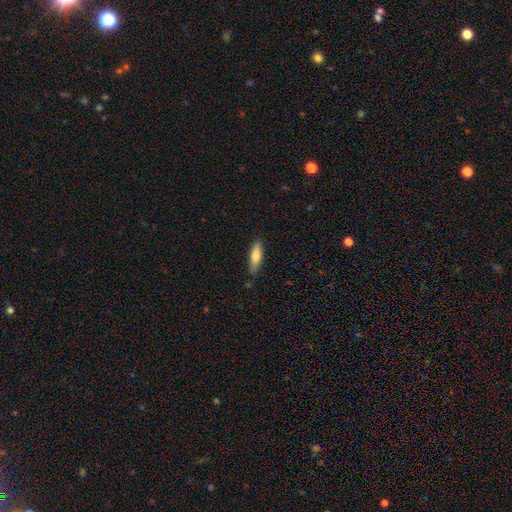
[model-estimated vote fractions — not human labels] A smooth galaxy with no disk features (75%) that is cigar-shaped (57%). Merging: none (78%).